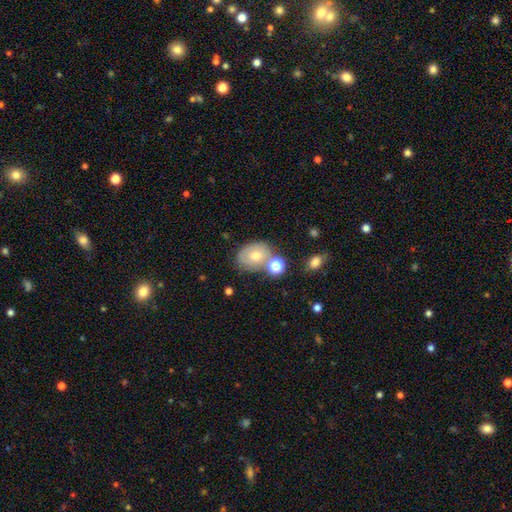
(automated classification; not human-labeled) smooth_or_featured: smooth (p=0.68) [alt: featured or disk p=0.22]
how_rounded: in between (p=0.62) [alt: round p=0.37]
merging: none (p=0.52) [alt: merger p=0.23]